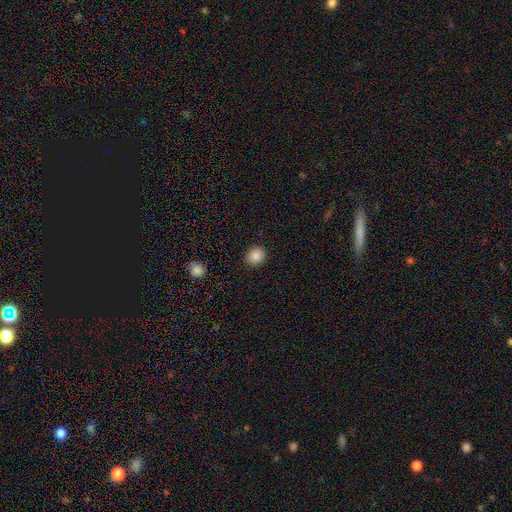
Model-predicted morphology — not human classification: smooth-or-featured: smooth: 86% | star or artifact: 9% | featured or disk: 4%
  how-rounded: round: 79% | in between: 20% | cigar-shaped: 1%
  merging: none: 91% | minor disturbance: 6% | major disturbance: 2% | merger: 1%